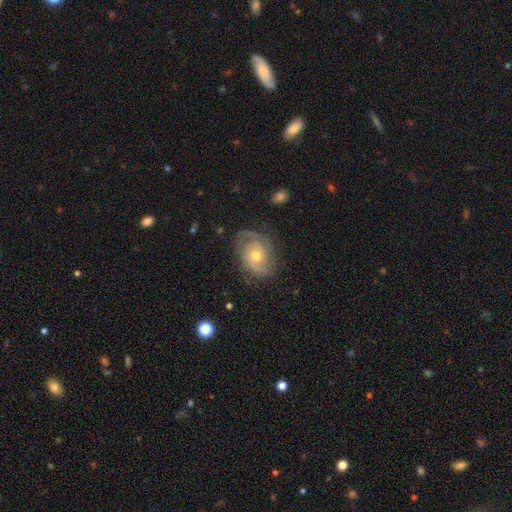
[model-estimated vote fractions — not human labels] A featured or disk galaxy (80%) with no bar (75%), 2 (58%) tight (50%) spiral arms (93%) and a moderate central bulge (64%).

Vote fractions:
- Smooth or featured? featured or disk: 80% / smooth: 13% / star or artifact: 7%
- Edge-on disk? no: 96% / yes: 4%
- Bar? no: 75% / weak: 21% / strong: 4%
- Spiral arms? yes: 93% / no: 7%
- Spiral winding? tight: 50% / medium: 37% / loose: 13%
- Spiral arm count? 2: 58% / can't tell: 18% / 3: 11% / 1: 6% / 4: 3% / more than 4: 3%
- Bulge size? moderate: 64% / small: 32% / large: 3% / none: 1% / dominant: 1%
- Merging? none: 70% / minor disturbance: 20% / major disturbance: 9% / merger: 1%